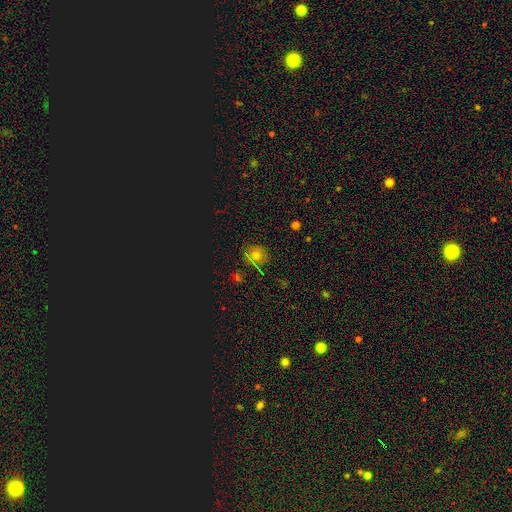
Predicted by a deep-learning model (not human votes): Overall: smooth (49%; star or artifact 38%). Merging: none (79%).